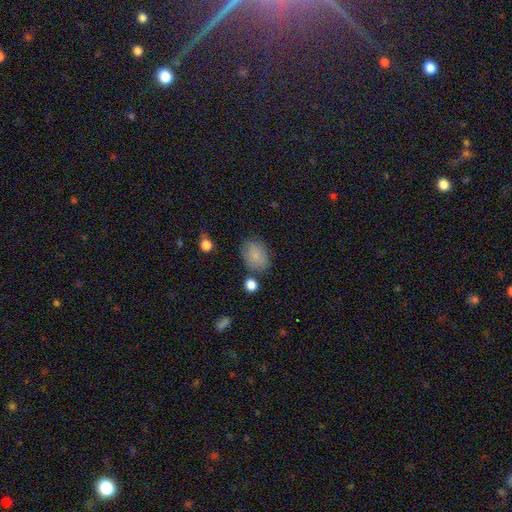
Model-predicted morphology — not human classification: Smooth or featured?
  - smooth: 85% *
  - star or artifact: 8%
  - featured or disk: 7%
How rounded?
  - in between: 69% *
  - round: 30%
  - cigar-shaped: 1%
Merging?
  - none: 75% *
  - minor disturbance: 15%
  - merger: 5%
  - major disturbance: 4%